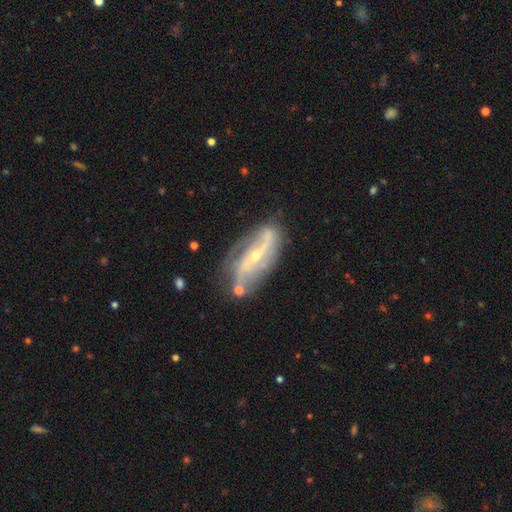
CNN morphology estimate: smooth_or_featured: featured or disk (p=0.85) [alt: smooth p=0.09]
disk_edge_on: no (p=0.88) [alt: yes p=0.12]
bar: strong (p=0.39) [alt: no p=0.33]
has_spiral_arms: yes (p=0.90) [alt: no p=0.10]
spiral_winding: loose (p=0.51) [alt: medium p=0.32]
spiral_arm_count: 2 (p=0.80) [alt: can't tell p=0.10]
bulge_size: small (p=0.71) [alt: moderate p=0.25]
merging: none (p=0.66) [alt: minor disturbance p=0.21]